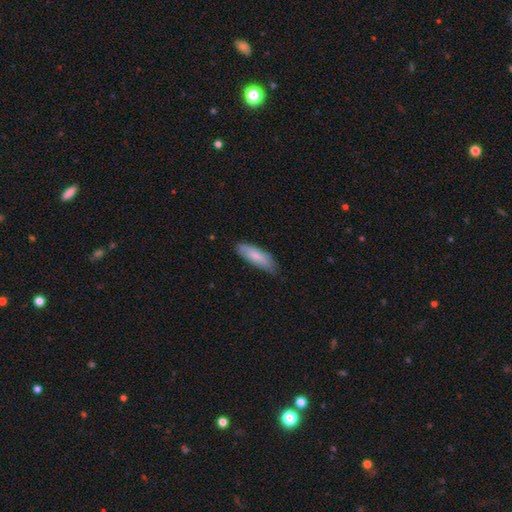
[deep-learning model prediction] A smooth galaxy with no disk features (78%) that is in between round and cigar-shaped (54%). Merging: none (78%).